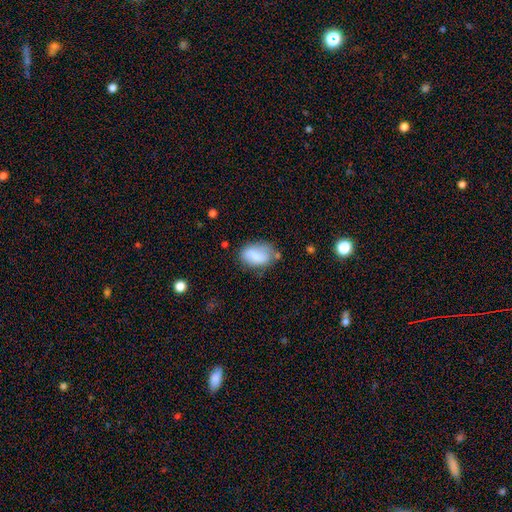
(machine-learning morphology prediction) Q: Smooth or featured?
A: smooth (73%); runner-up: featured or disk (19%)
Q: How rounded?
A: in between (86%); runner-up: round (12%)
Q: Merging?
A: none (51%); runner-up: minor disturbance (31%)